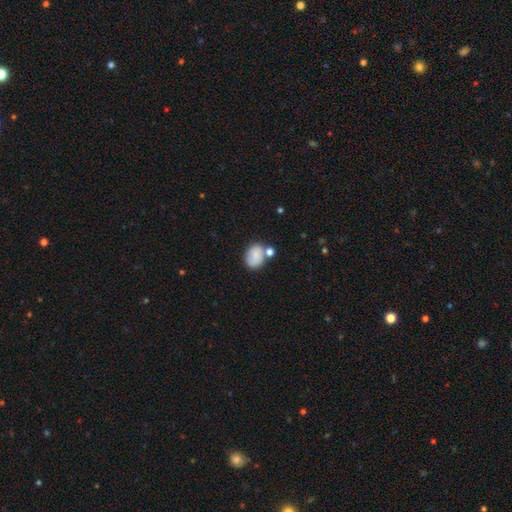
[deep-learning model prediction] smooth-or-featured: smooth: 80% | featured or disk: 11% | star or artifact: 8%
  how-rounded: in between: 63% | round: 36% | cigar-shaped: 1%
  merging: none: 57% | merger: 21% | minor disturbance: 17% | major disturbance: 5%